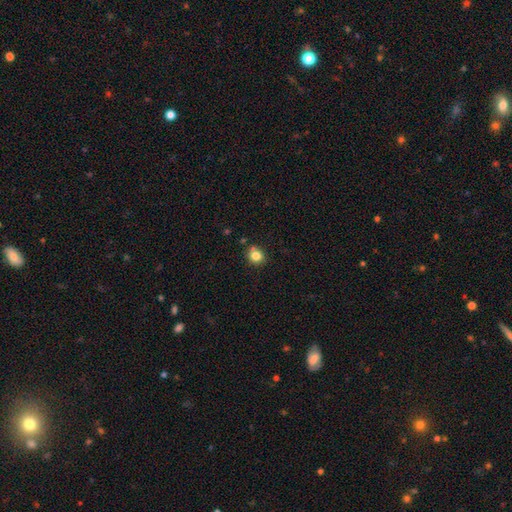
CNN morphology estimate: type=smooth (82%); roundness=round (79%); merging=none (76%).